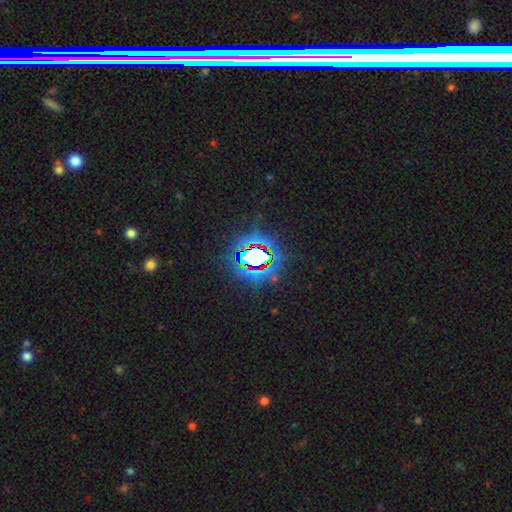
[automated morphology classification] A star or artifact, not a galaxy (79%).